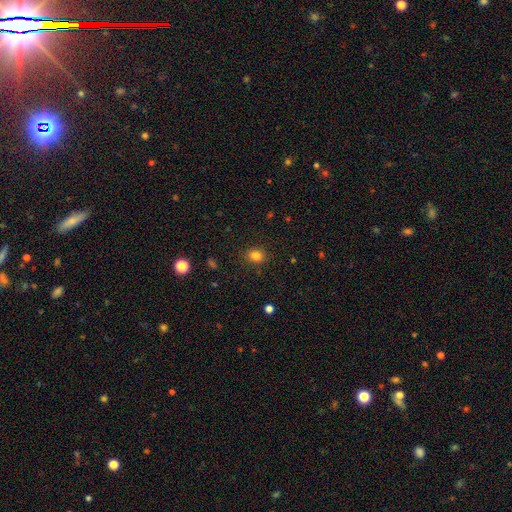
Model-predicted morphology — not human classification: Smooth or featured? smooth (82%)
How rounded? round (63%)
Merging? none (87%)